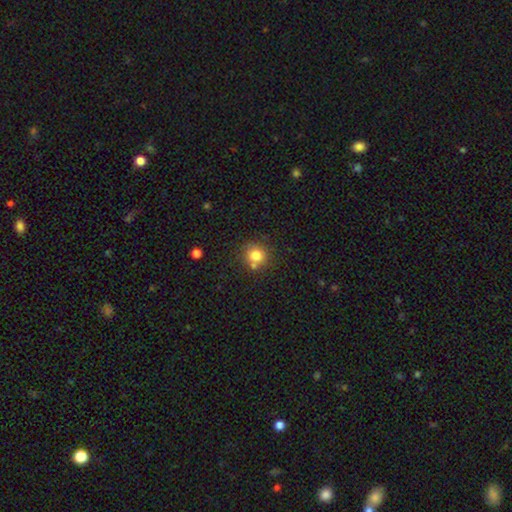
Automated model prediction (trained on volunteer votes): A smooth galaxy with no disk features (79%) that is round (89%).

Vote fractions:
- Smooth or featured? smooth: 79% / star or artifact: 12% / featured or disk: 9%
- How rounded? round: 89% / in between: 11% / cigar-shaped: 1%
- Merging? none: 69% / merger: 16% / minor disturbance: 12% / major disturbance: 4%